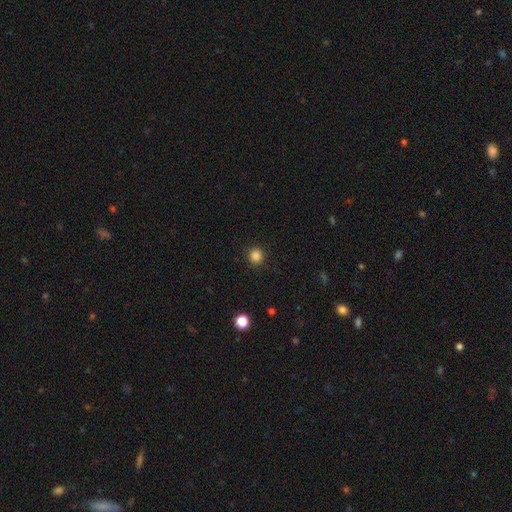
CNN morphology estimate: Overall: smooth (85%). How rounded: round (92%). Merging: none (91%).